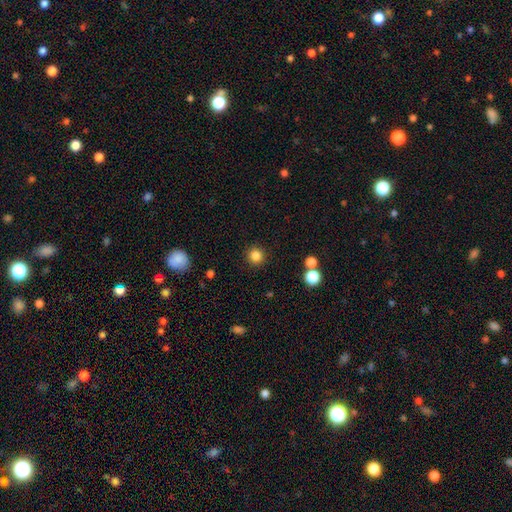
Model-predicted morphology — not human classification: type=smooth (84%); roundness=round (94%); merging=none (90%).